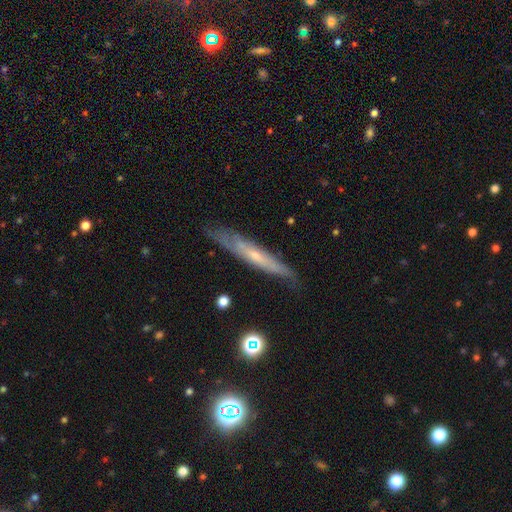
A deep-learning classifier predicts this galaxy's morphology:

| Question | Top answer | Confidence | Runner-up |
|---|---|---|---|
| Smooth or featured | featured or disk | 62% | smooth (31%) |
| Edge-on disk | yes | 75% | no (25%) |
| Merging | none | 76% | minor disturbance (18%) |